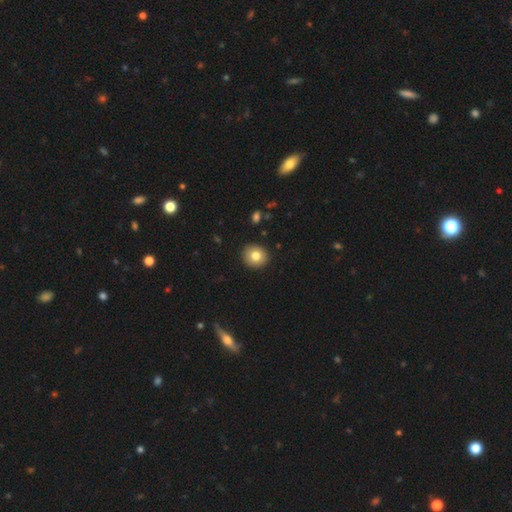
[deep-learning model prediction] Smooth or featured? smooth (80%)
How rounded? round (87%)
Merging? none (92%)